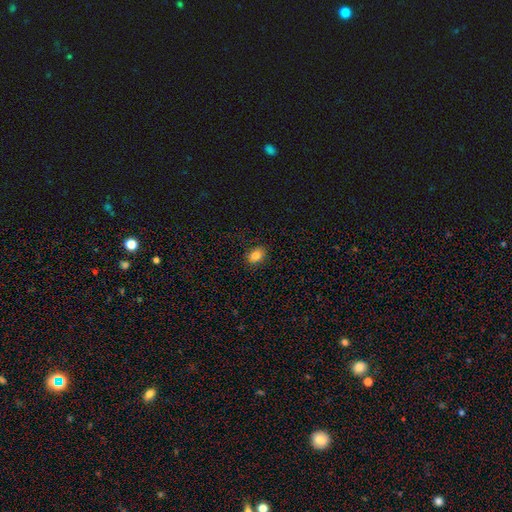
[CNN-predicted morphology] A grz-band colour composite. It shows a smooth galaxy with no disk features (84%) that is in between round and cigar-shaped (60%). Merging: none (87%).